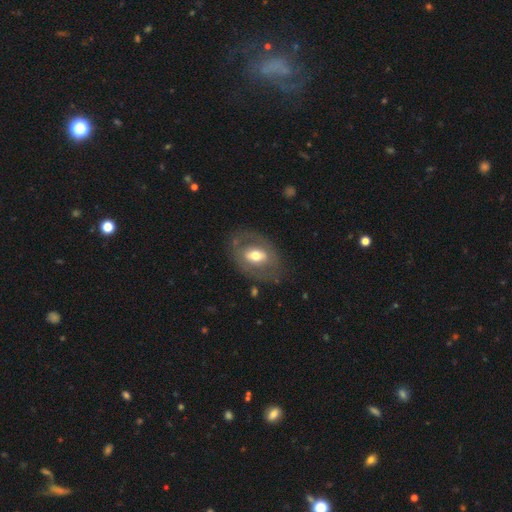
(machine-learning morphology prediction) smooth_or_featured: featured or disk (p=0.48) [alt: smooth p=0.46]
merging: none (p=0.73) [alt: minor disturbance p=0.16]